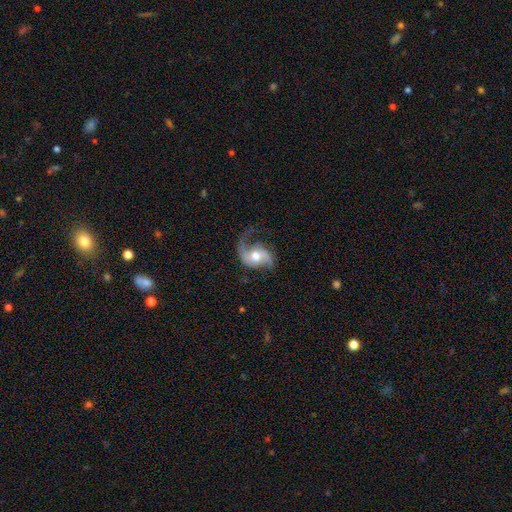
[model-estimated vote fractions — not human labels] Smooth or featured?
  - featured or disk: 84% *
  - smooth: 10%
  - star or artifact: 6%
Edge-on disk?
  - no: 97% *
  - yes: 3%
Bar?
  - no: 59% *
  - weak: 29%
  - strong: 12%
Spiral arms?
  - yes: 95% *
  - no: 5%
Spiral winding?
  - loose: 55% *
  - medium: 36%
  - tight: 9%
Spiral arm count?
  - 2: 80% *
  - 1: 14%
  - can't tell: 2%
  - 3: 1%
  - 4: 1%
  - more than 4: 1%
Bulge size?
  - moderate: 74% *
  - large: 14%
  - small: 9%
  - dominant: 1%
  - none: 1%
Merging?
  - none: 57% *
  - major disturbance: 21%
  - minor disturbance: 20%
  - merger: 2%